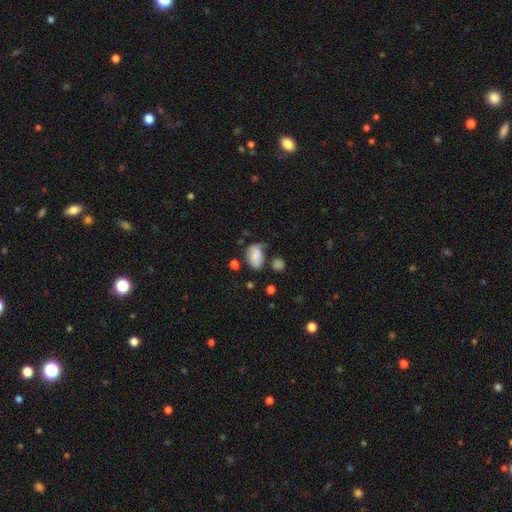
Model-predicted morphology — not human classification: The model was most divided on "merging": none: 36%, minor disturbance: 34%, major disturbance: 19%, merger: 11%. More confident: how rounded — in between (84%); smooth or featured — smooth (73%).